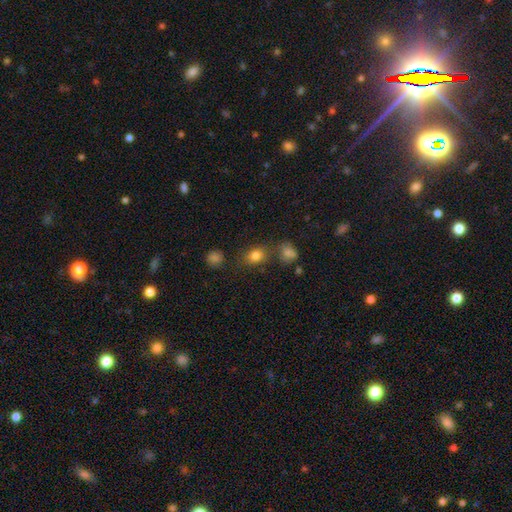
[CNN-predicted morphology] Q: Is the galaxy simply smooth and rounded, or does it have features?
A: smooth — 80%.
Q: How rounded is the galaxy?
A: in between — 58%.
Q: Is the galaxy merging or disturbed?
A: none — 67%.